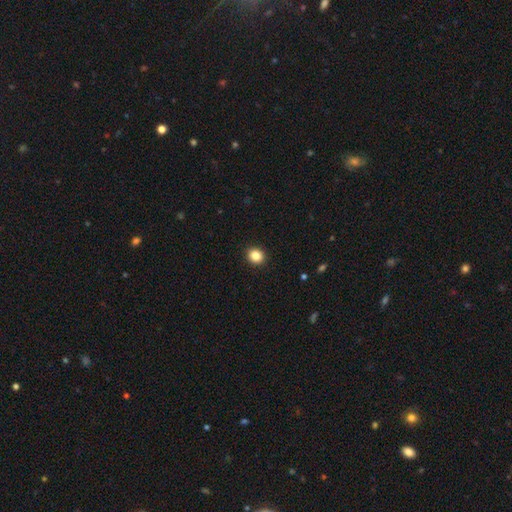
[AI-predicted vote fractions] A smooth galaxy with no disk features (86%) that is round (79%). Merging: none (92%).